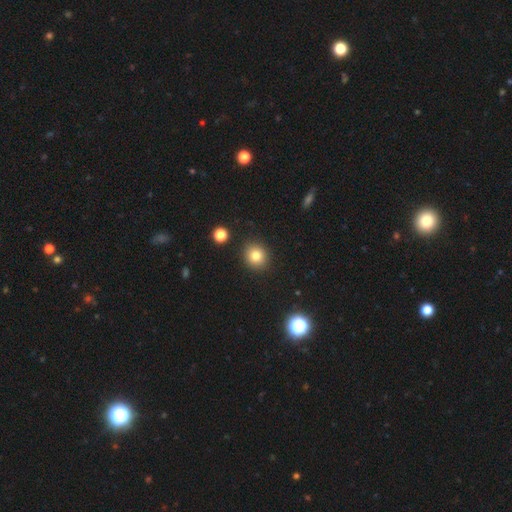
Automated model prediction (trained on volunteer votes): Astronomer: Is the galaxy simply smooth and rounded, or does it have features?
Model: smooth — 79%.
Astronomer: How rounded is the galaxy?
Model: round — 86%.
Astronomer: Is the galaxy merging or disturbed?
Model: none — 90%.